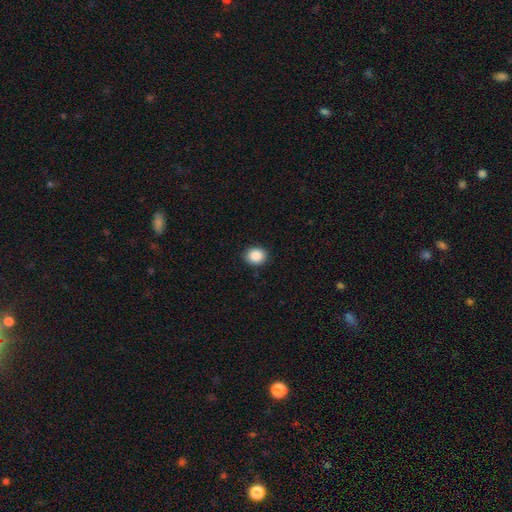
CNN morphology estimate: This is clearly a smooth galaxy (89%). How rounded: possibly round (58%). Merging: clearly none (90%).